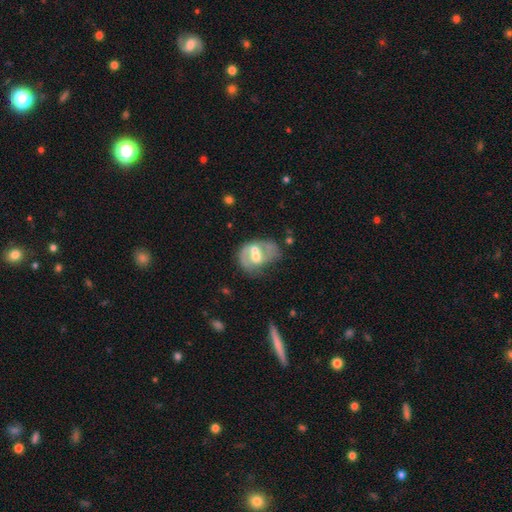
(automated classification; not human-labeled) Morphology: type=featured or disk (74%); edge-on=no (97%); bar=weak (46%); spiral arms=yes (76%); winding=medium (47%); arm count=2 (67%); bulge=moderate (59%); merging=none (37%).